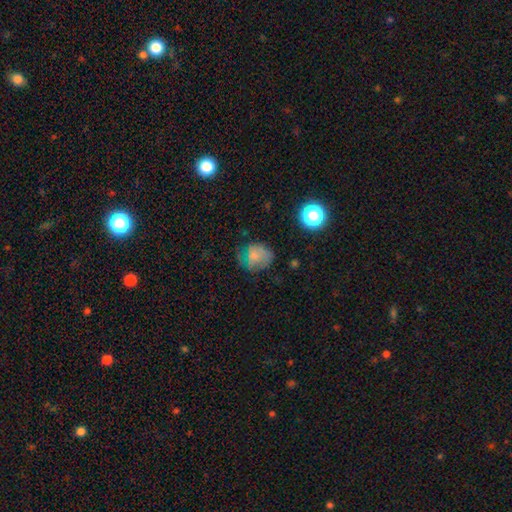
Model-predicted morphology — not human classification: Smooth or featured? smooth (69%)
How rounded? round (62%)
Merging? none (47%)